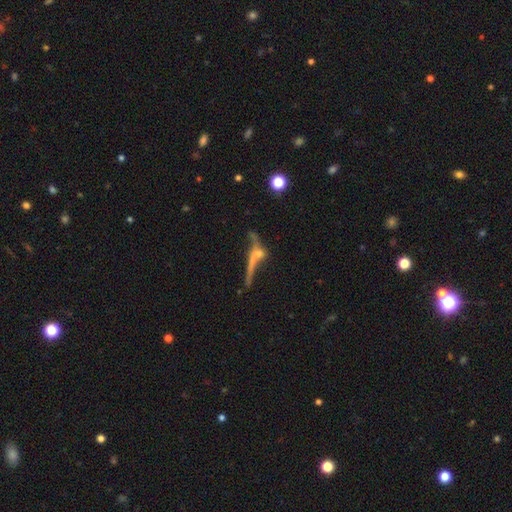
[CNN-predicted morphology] smooth_or_featured: featured or disk (p=0.53) [alt: smooth p=0.33]
disk_edge_on: yes (p=0.57) [alt: no p=0.43]
merging: merger (p=0.35) [alt: none p=0.33]